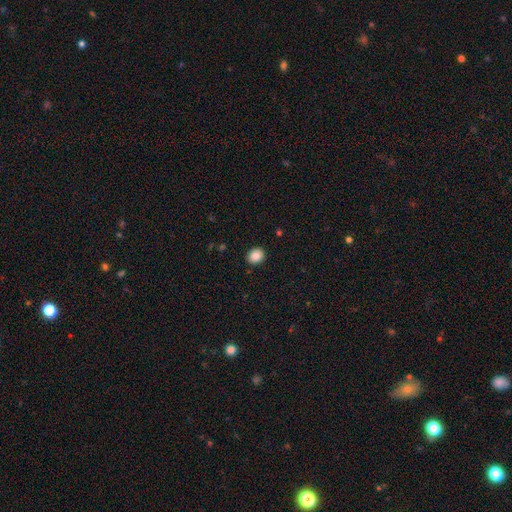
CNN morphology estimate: The model was most divided on "how rounded": round: 64%, in between: 35%, cigar-shaped: 1%. More confident: merging — none (91%); smooth or featured — smooth (87%).